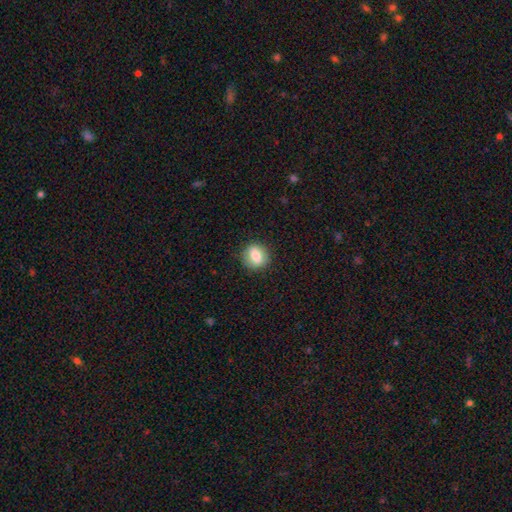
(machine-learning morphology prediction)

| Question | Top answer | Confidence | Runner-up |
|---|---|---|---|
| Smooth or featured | smooth | 80% | featured or disk (11%) |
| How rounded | round | 58% | in between (40%) |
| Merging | none | 84% | minor disturbance (12%) |